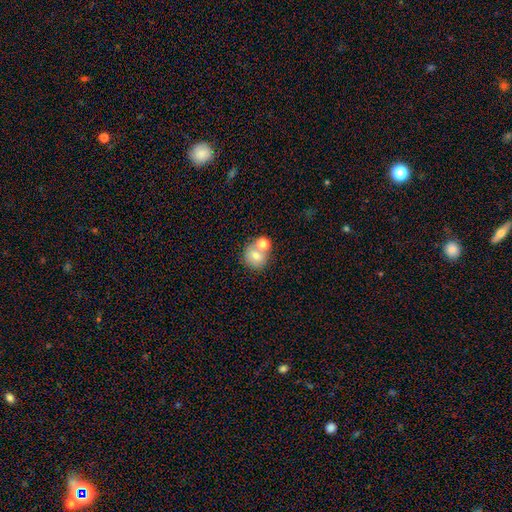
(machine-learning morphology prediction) Overall: smooth (73%). How rounded: round (76%). Merging: none (44%; merger 42%).